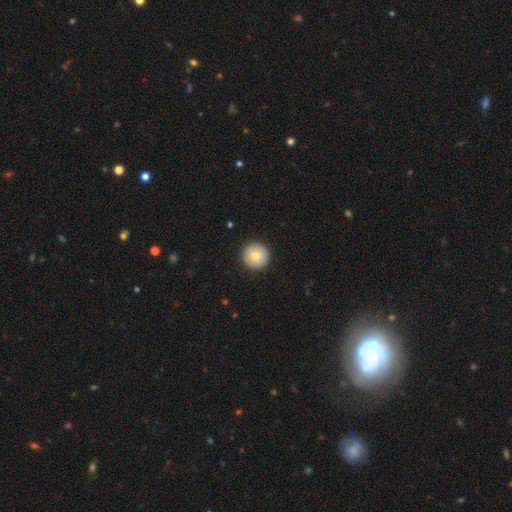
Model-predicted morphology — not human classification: The model was most divided on "smooth or featured": smooth: 80%, featured or disk: 12%, star or artifact: 8%. More confident: how rounded — round (97%); merging — none (93%).